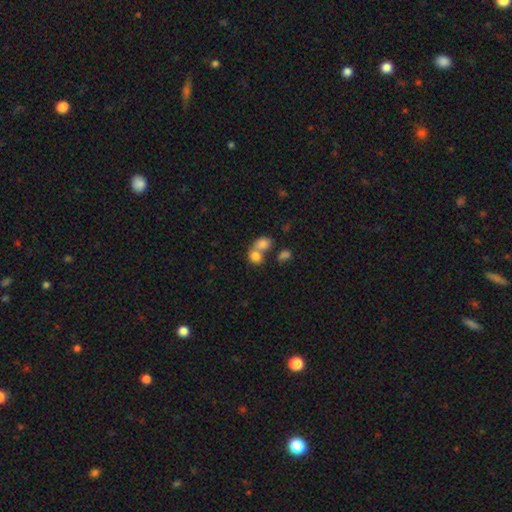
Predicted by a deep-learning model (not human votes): A smooth galaxy with no disk features (79%) that is in between round and cigar-shaped (50%). Merging: merger (60%).